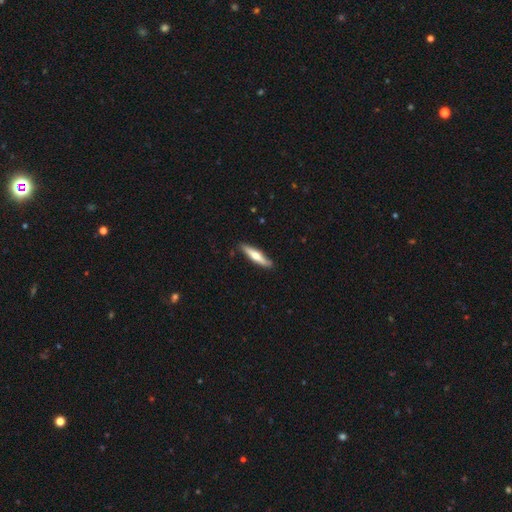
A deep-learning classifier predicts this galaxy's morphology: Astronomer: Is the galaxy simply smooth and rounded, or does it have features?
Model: smooth — 49% (runner-up: featured or disk, 46%).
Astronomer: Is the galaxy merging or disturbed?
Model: none — 86%.